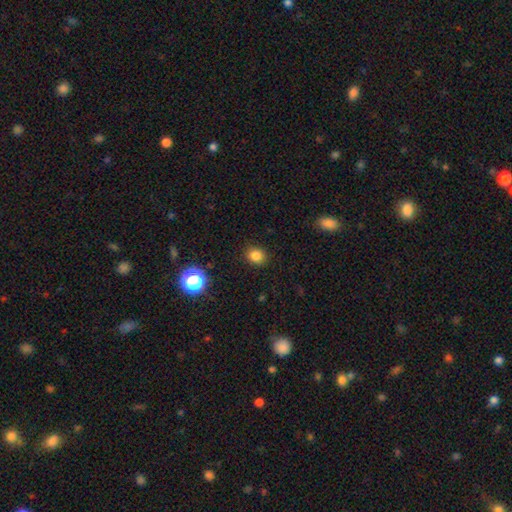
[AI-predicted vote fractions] A smooth galaxy with no disk features (82%) that is round (75%).

Vote fractions:
- Smooth or featured? smooth: 82% / star or artifact: 14% / featured or disk: 4%
- How rounded? round: 75% / in between: 24% / cigar-shaped: 1%
- Merging? none: 89% / minor disturbance: 7% / major disturbance: 2% / merger: 1%